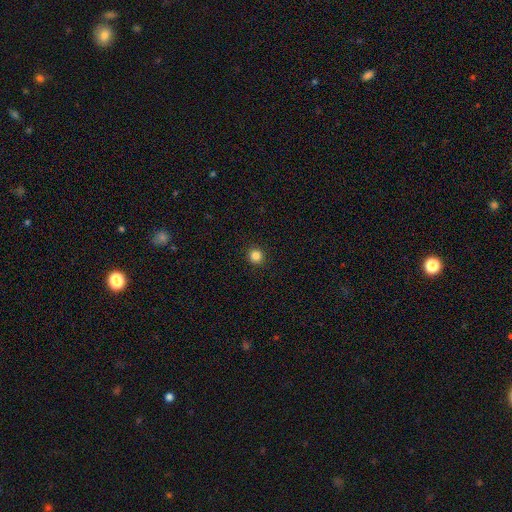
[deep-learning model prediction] Smooth or featured? Predicted: smooth (p=0.84). How rounded? Predicted: round (p=0.93). Merging? Predicted: none (p=0.93).